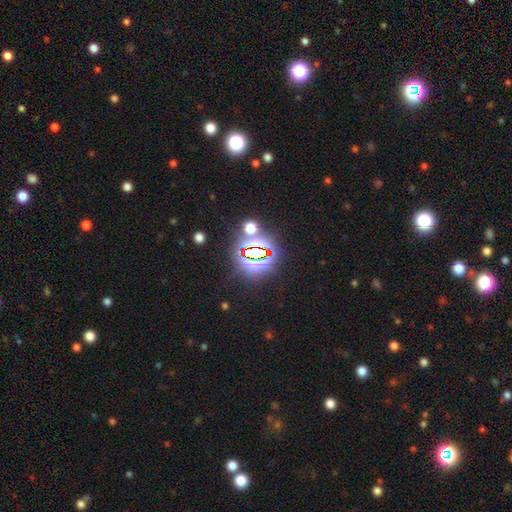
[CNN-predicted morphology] The model was most divided on "smooth or featured": star or artifact: 76%, smooth: 16%, featured or disk: 8%.